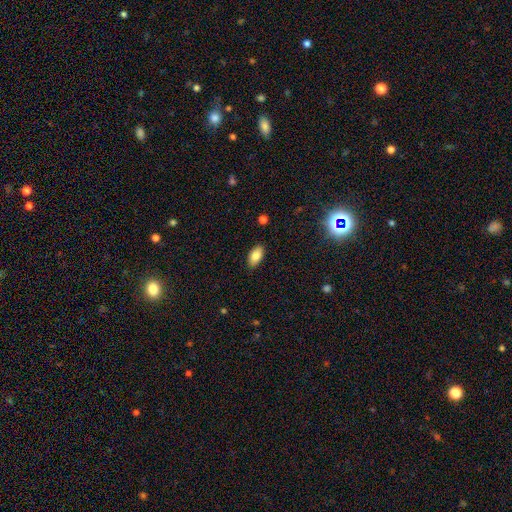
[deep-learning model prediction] This is clearly a smooth galaxy (83%). How rounded: clearly in between (93%). Merging: clearly none (88%).